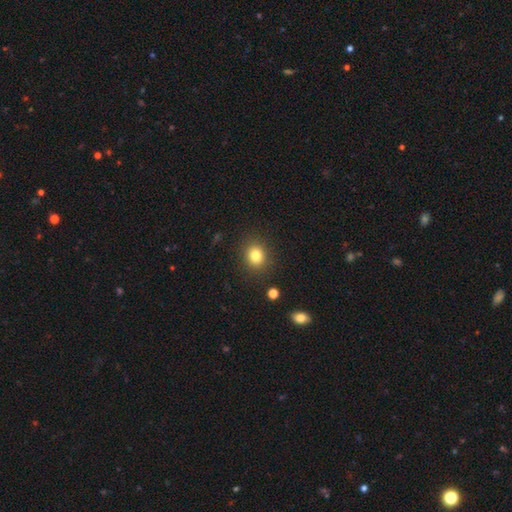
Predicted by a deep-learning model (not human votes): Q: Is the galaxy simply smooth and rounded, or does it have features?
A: smooth — 81%.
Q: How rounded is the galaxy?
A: round — 71%.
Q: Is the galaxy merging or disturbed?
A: none — 88%.